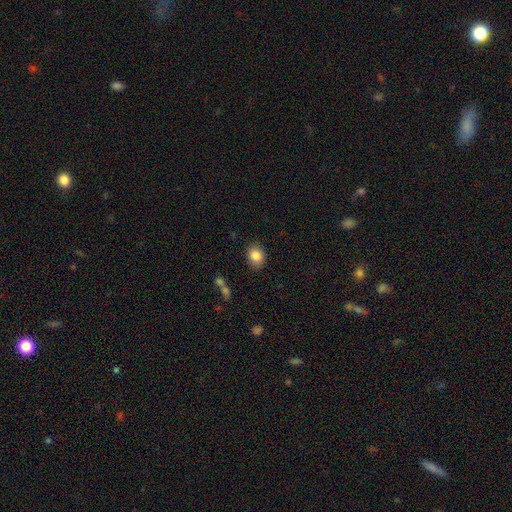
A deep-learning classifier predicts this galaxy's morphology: Smooth or featured: smooth — 85% (star or artifact — 9%)
How rounded: in between — 56% (round — 43%)
Merging: none — 85% (minor disturbance — 11%)